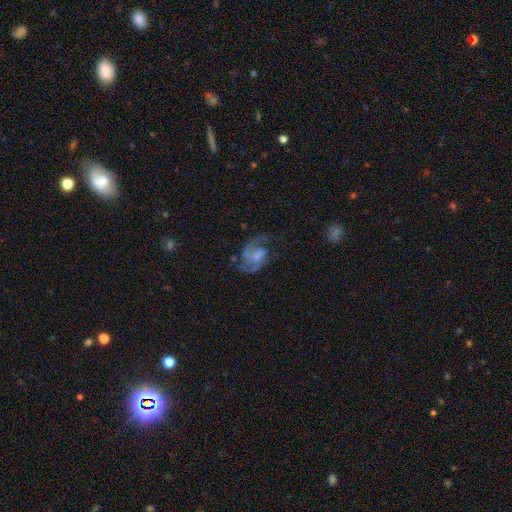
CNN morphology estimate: type=featured or disk (76%); edge-on=no (98%); bar=no (50%); spiral arms=yes (90%); winding=medium (51%); arm count=2 (64%); bulge=none (33%); merging=none (51%).